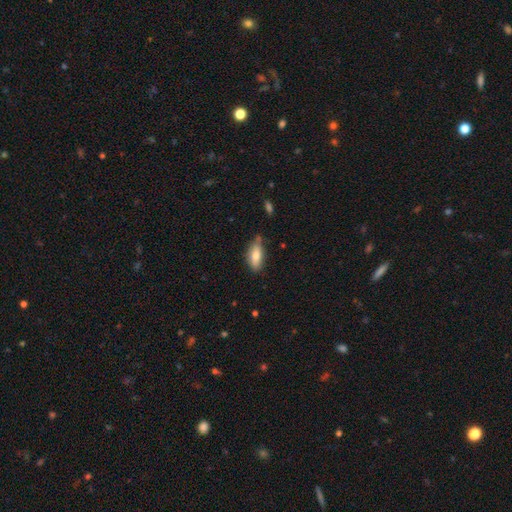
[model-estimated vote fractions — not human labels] The model was most divided on "merging": none: 68%, minor disturbance: 24%, merger: 5%, major disturbance: 4%. More confident: how rounded — in between (80%); smooth or featured — smooth (75%).